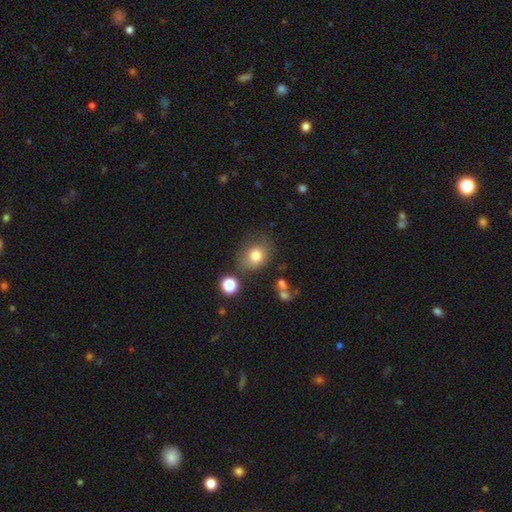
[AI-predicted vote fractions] Overall: smooth (78%). How rounded: round (55%; in between 44%). Merging: none (65%).